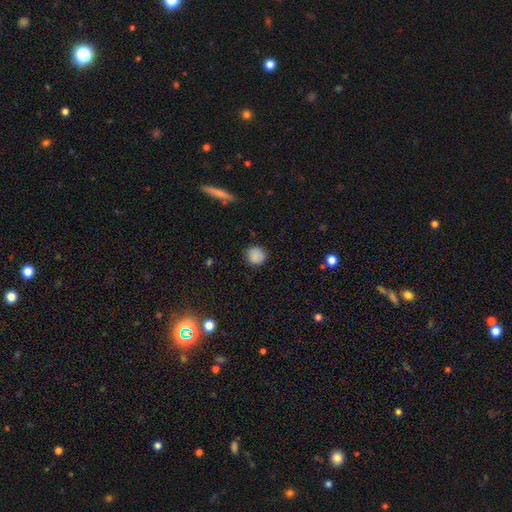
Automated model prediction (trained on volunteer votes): Smooth or featured: smooth — 84% (star or artifact — 9%)
How rounded: round — 89% (in between — 10%)
Merging: none — 83% (minor disturbance — 12%)